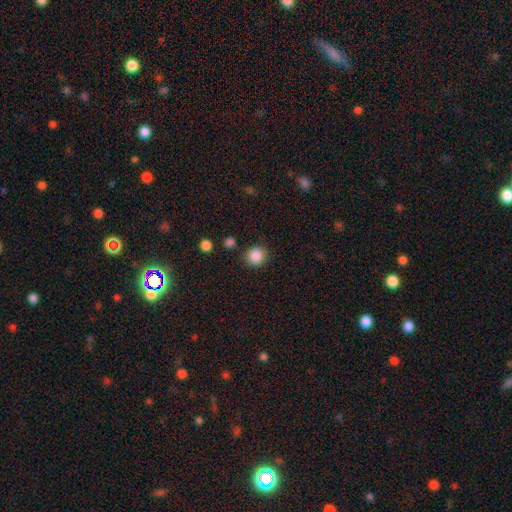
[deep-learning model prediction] Overall: smooth (87%). How rounded: round (90%). Merging: none (87%).